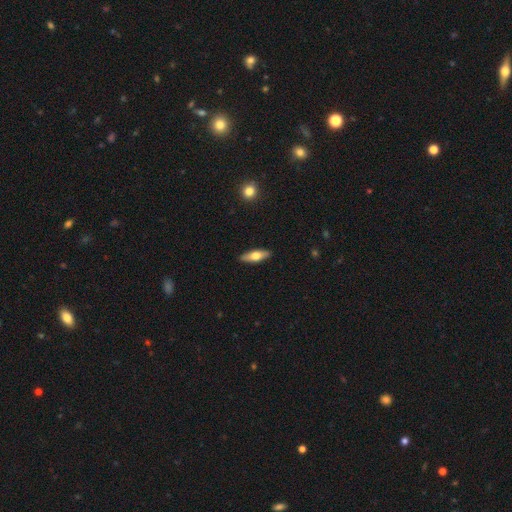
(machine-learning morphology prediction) Overall: smooth (62%; featured or disk 33%). How rounded: in between (55%; cigar-shaped 42%). Merging: none (90%).